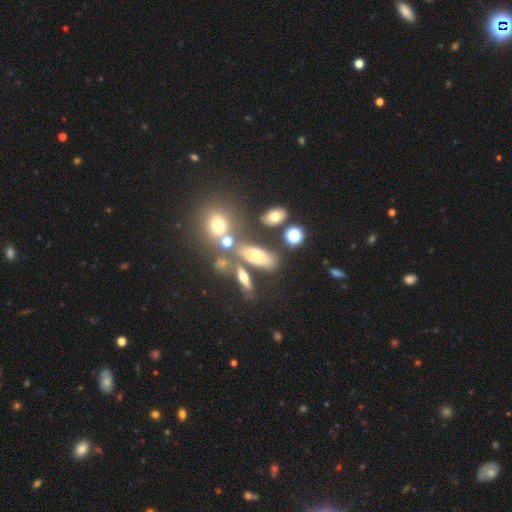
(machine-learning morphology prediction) Q: Smooth or featured?
A: smooth (54%); runner-up: featured or disk (28%)
Q: How rounded?
A: in between (64%); runner-up: cigar-shaped (24%)
Q: Merging?
A: none (57%); runner-up: merger (22%)